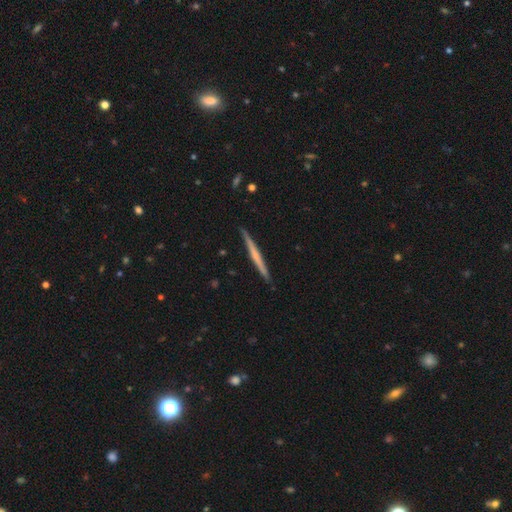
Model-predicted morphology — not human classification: The model was most divided on "smooth or featured": featured or disk: 58%, smooth: 37%, star or artifact: 5%. More confident: edge-on disk — yes (98%); merging — none (91%); edge-on bulge — none (66%).